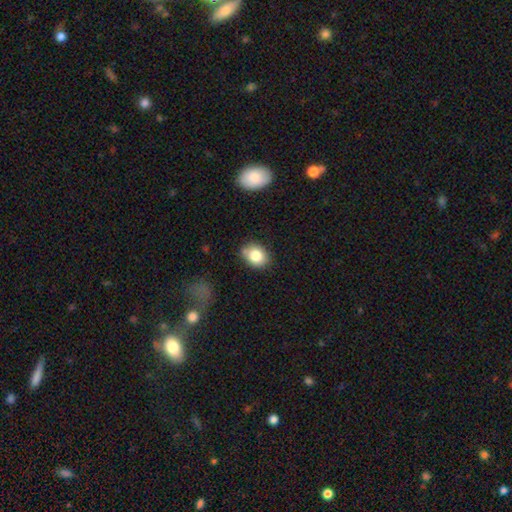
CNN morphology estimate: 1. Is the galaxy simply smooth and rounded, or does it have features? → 81% smooth, 9% featured or disk, 9% star or artifact.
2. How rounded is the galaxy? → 54% in between, 45% round, 1% cigar-shaped.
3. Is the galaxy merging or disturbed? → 73% none, 19% minor disturbance, 5% merger, 4% major disturbance.